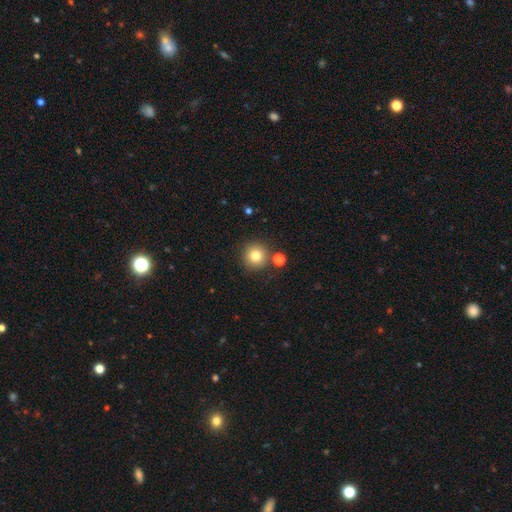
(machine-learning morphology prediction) Smooth or featured? Predicted: smooth (p=0.80). How rounded? Predicted: round (p=0.95). Merging? Predicted: none (p=0.82).